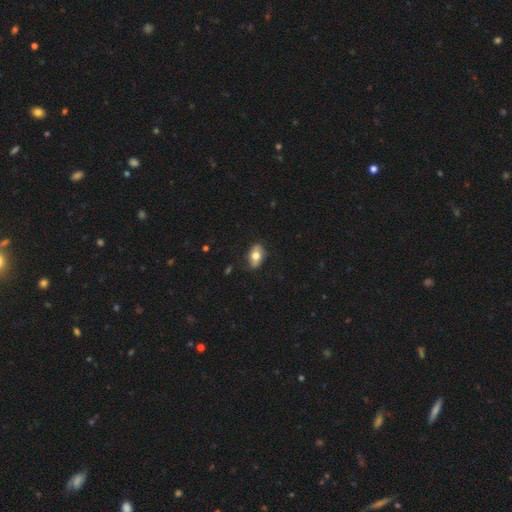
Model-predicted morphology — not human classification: This appears to be a smooth galaxy with no disk features (68%) that is in between round and cigar-shaped (88%). Merging: none (81%).